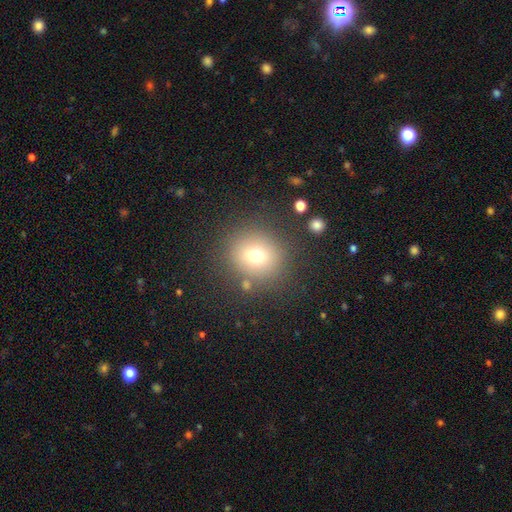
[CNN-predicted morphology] smooth-or-featured: smooth: 70% | star or artifact: 17% | featured or disk: 13%
  how-rounded: round: 85% | in between: 14% | cigar-shaped: 1%
  merging: none: 81% | minor disturbance: 9% | major disturbance: 5% | merger: 4%